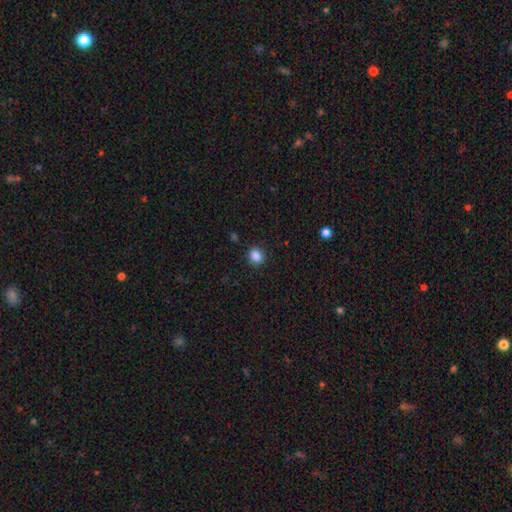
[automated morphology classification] Smooth or featured?
  - smooth: 87% *
  - star or artifact: 10%
  - featured or disk: 3%
How rounded?
  - round: 70% *
  - in between: 29%
  - cigar-shaped: 1%
Merging?
  - none: 89% *
  - minor disturbance: 8%
  - major disturbance: 2%
  - merger: 1%